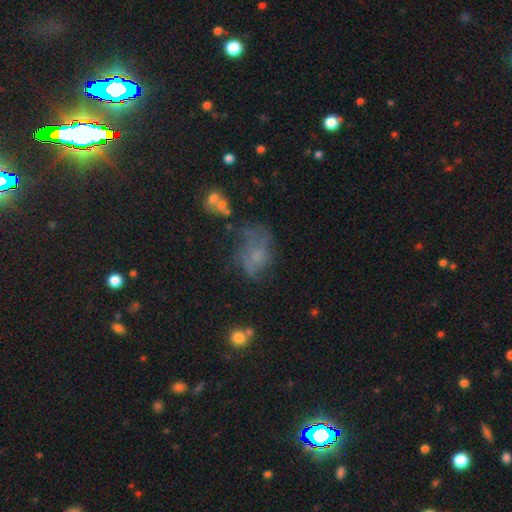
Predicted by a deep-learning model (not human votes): This appears to be a featured or disk galaxy (44%). Merging: none (37%).